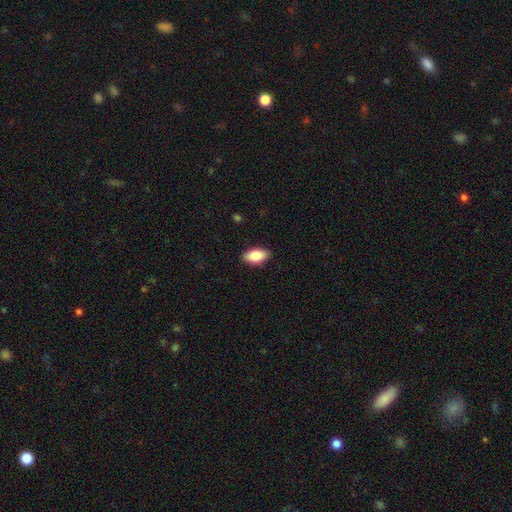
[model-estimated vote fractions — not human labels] Smooth or featured?
  - smooth: 83% *
  - featured or disk: 11%
  - star or artifact: 7%
How rounded?
  - in between: 90% *
  - cigar-shaped: 6%
  - round: 4%
Merging?
  - none: 89% *
  - minor disturbance: 8%
  - major disturbance: 2%
  - merger: 1%